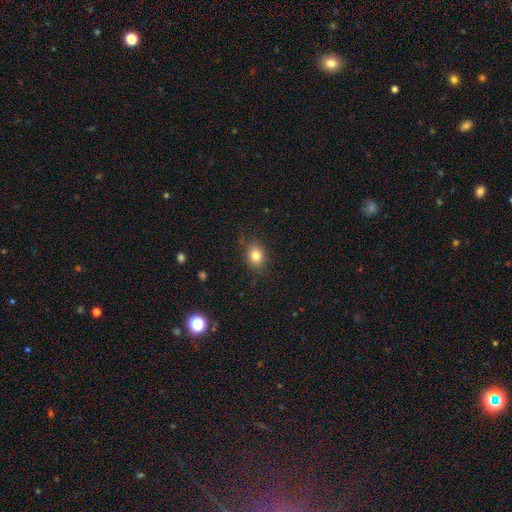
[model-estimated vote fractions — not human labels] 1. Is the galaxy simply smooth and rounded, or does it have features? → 81% smooth, 11% star or artifact, 8% featured or disk.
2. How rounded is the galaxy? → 54% in between, 45% round, 1% cigar-shaped.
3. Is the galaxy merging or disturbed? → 81% none, 14% minor disturbance, 4% major disturbance, 1% merger.